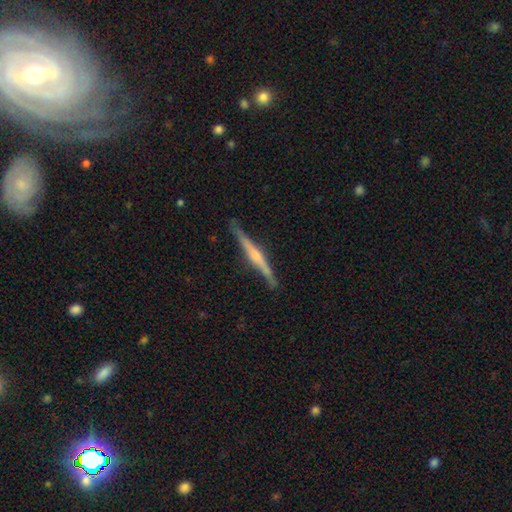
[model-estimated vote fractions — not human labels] A featured or disk galaxy (75%) viewed edge-on (98%) with a rounded central bulge (69%).

Vote fractions:
- Smooth or featured? featured or disk: 75% / smooth: 20% / star or artifact: 5%
- Edge-on disk? yes: 98% / no: 2%
- Edge-on bulge? rounded: 69% / none: 18% / boxy: 14%
- Merging? none: 84% / minor disturbance: 12% / major disturbance: 2% / merger: 1%